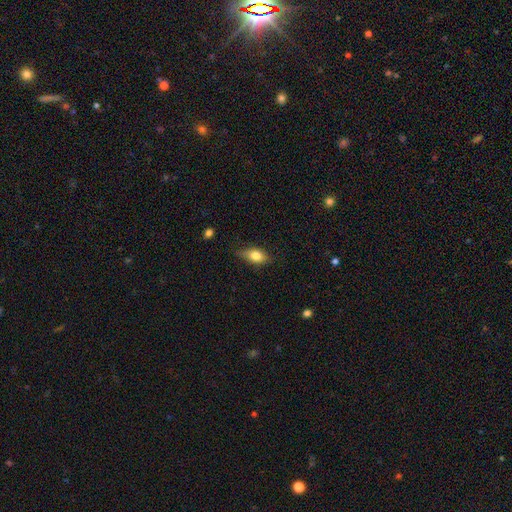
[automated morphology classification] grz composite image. It shows a smooth galaxy with no disk features (72%) that is in between round and cigar-shaped (80%). Merging: none (71%).